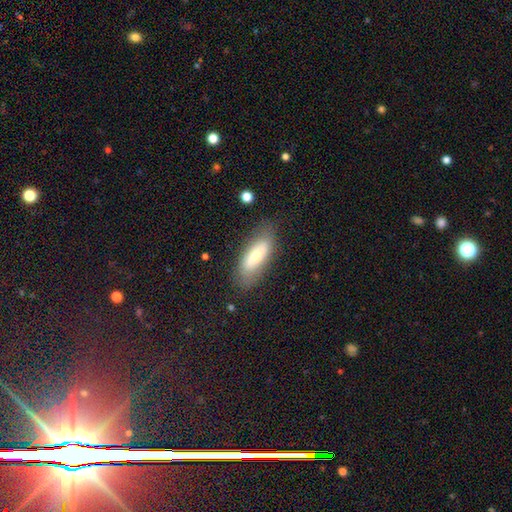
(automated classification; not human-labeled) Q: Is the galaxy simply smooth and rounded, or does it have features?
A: smooth — 61%.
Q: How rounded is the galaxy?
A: in between — 69%.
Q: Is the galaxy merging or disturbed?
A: none — 75%.